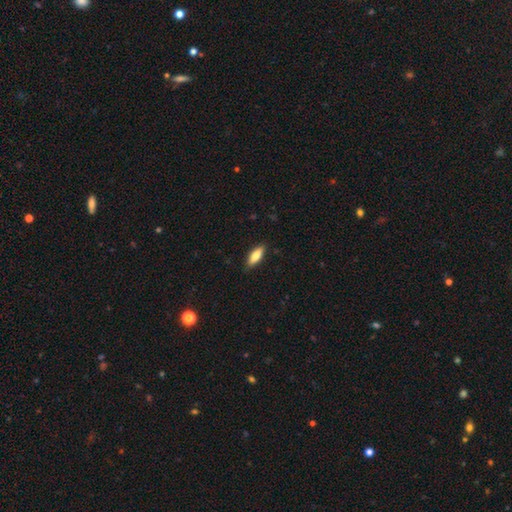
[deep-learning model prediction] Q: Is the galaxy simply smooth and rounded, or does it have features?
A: smooth — 80%.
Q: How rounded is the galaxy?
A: in between — 66%.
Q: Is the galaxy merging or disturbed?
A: none — 87%.